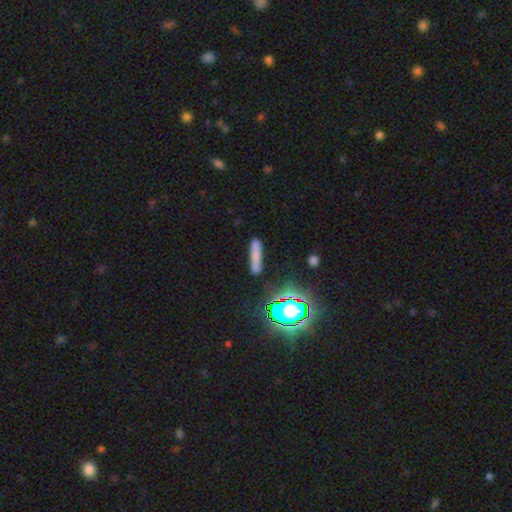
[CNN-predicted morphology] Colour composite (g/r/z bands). It shows a smooth galaxy with no disk features (70%) that is cigar-shaped (90%). Merging: none (80%).